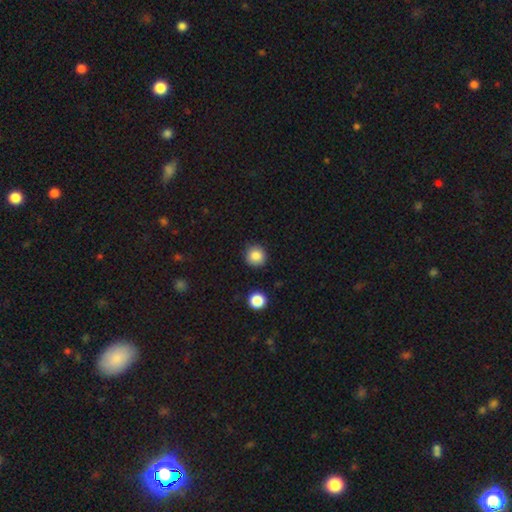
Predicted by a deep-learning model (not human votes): smooth_or_featured: smooth (p=0.85) [alt: star or artifact p=0.10]
how_rounded: round (p=0.93) [alt: in between p=0.06]
merging: none (p=0.87) [alt: minor disturbance p=0.09]